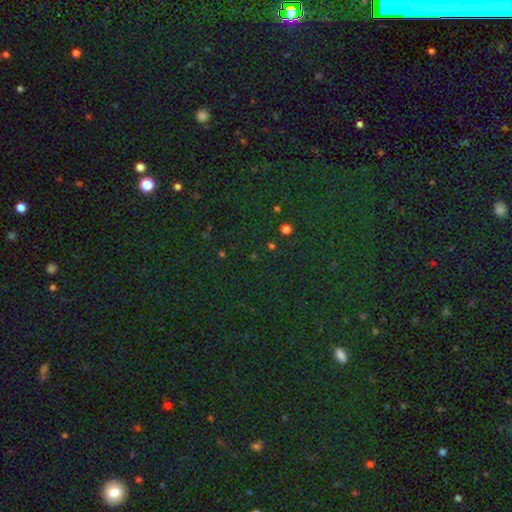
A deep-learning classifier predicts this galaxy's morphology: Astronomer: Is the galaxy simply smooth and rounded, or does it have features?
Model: star or artifact — 80%.